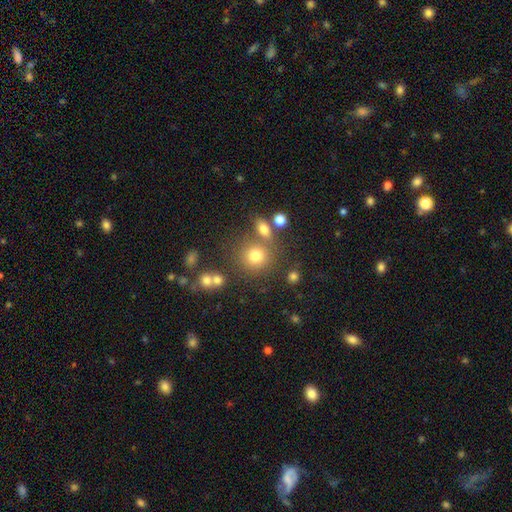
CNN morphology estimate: A smooth galaxy with no disk features (75%) that is round (86%). Merging: none (67%).